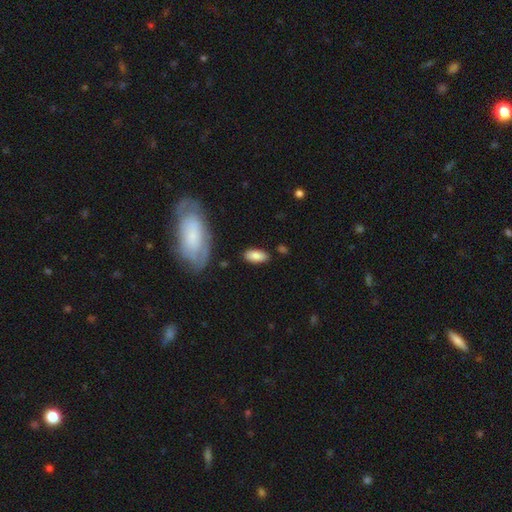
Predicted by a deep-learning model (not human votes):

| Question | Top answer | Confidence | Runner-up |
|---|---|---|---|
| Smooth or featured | smooth | 84% | featured or disk (9%) |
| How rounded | in between | 88% | cigar-shaped (10%) |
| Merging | none | 82% | minor disturbance (13%) |